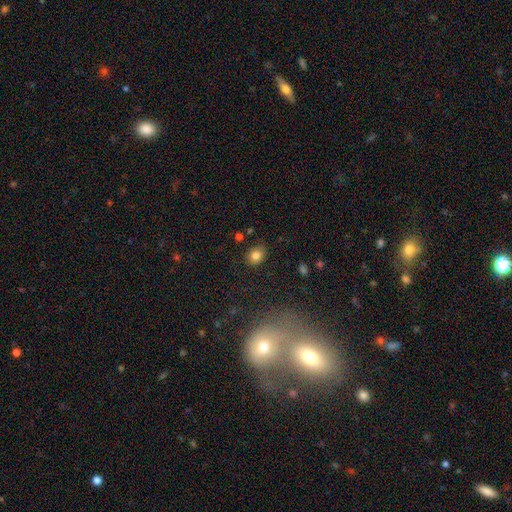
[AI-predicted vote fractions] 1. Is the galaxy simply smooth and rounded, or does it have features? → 81% smooth, 11% star or artifact, 7% featured or disk.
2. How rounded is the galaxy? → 53% round, 46% in between, 1% cigar-shaped.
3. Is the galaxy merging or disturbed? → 81% none, 14% minor disturbance, 3% major disturbance, 2% merger.